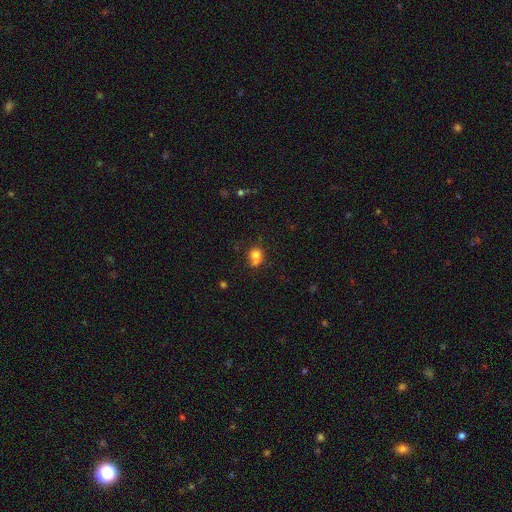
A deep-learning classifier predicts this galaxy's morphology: Q: Smooth or featured?
A: smooth (76%); runner-up: featured or disk (12%)
Q: How rounded?
A: round (68%); runner-up: in between (30%)
Q: Merging?
A: none (46%); runner-up: minor disturbance (24%)